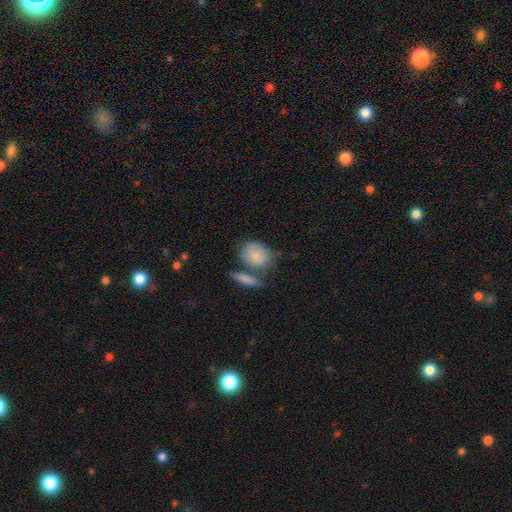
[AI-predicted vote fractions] Morphology: type=smooth (83%); roundness=in between (54%); merging=none (47%).